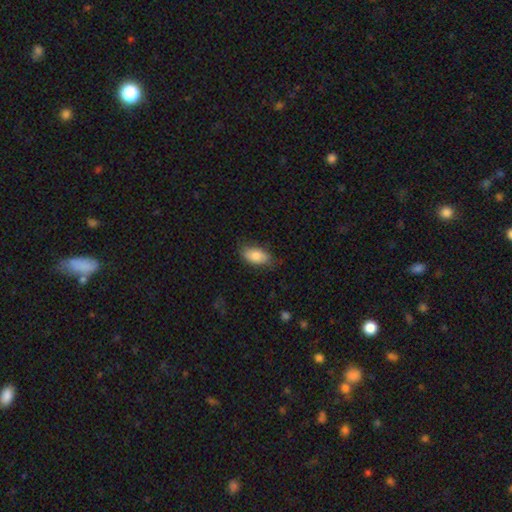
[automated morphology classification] This appears to be a smooth galaxy with no disk features (83%) that is in between round and cigar-shaped (92%). Merging: none (74%).